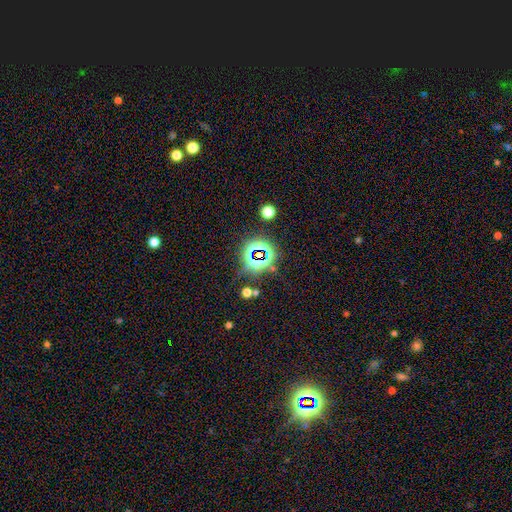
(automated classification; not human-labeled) Smooth or featured: star or artifact — 73% (smooth — 18%)